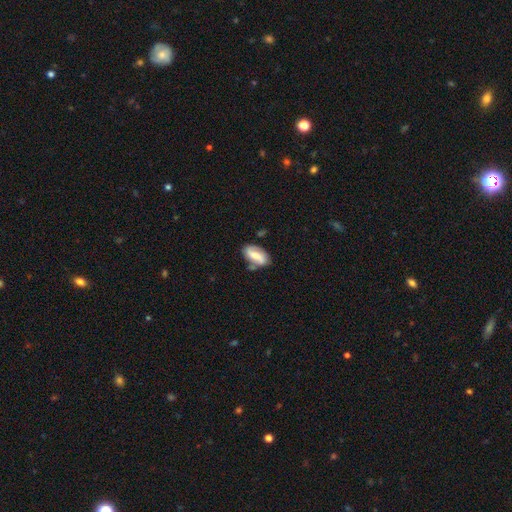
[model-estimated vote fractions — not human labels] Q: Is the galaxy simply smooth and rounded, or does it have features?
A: featured or disk — 49%.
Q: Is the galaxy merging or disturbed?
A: none — 61%.